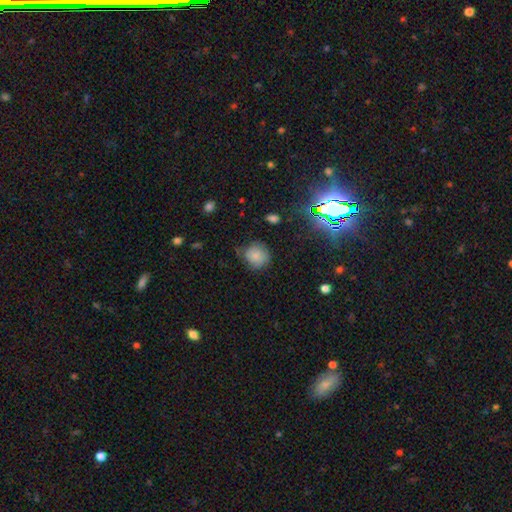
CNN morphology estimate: Smooth or featured? smooth (78%)
How rounded? round (83%)
Merging? none (62%)